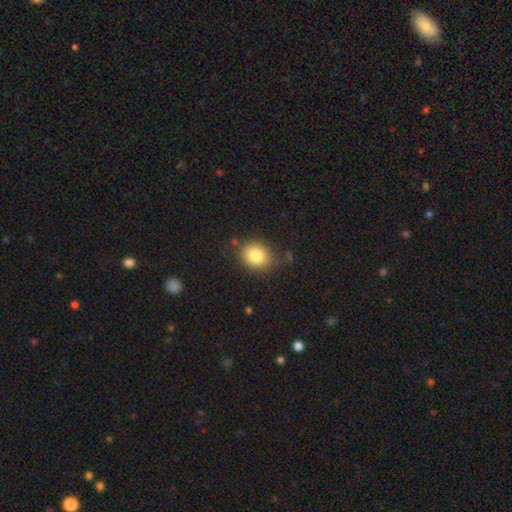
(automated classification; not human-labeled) A smooth galaxy with no disk features (83%) that is round (68%). Merging: none (78%).